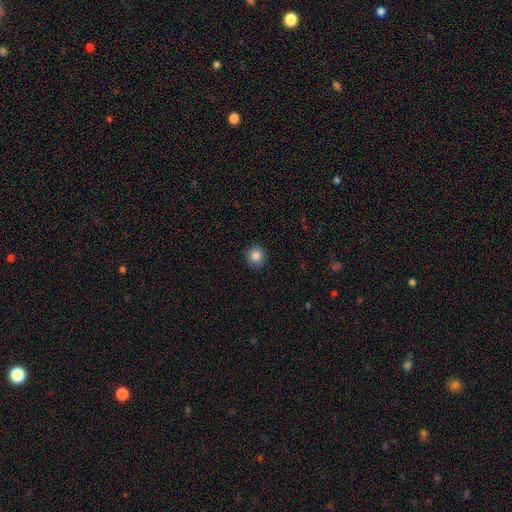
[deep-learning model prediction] This appears to be a smooth galaxy with no disk features (86%) that is round (90%). Merging: none (91%).